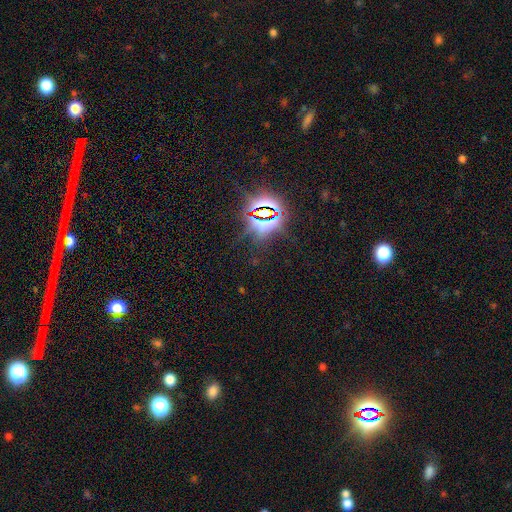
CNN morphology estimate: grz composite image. It shows a star or artifact, not a galaxy (81%).